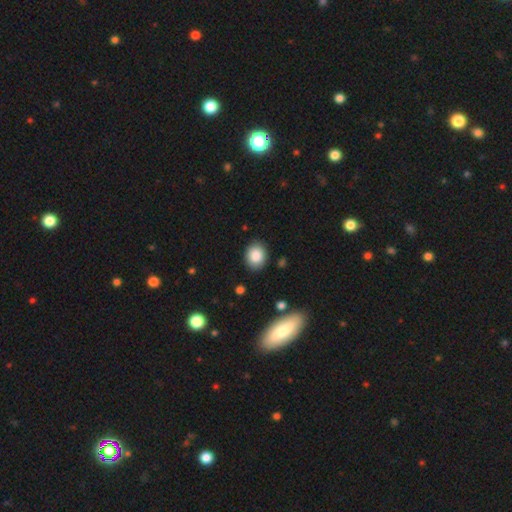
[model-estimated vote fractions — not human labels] Smooth or featured? smooth (86%)
How rounded? round (53%)
Merging? none (85%)